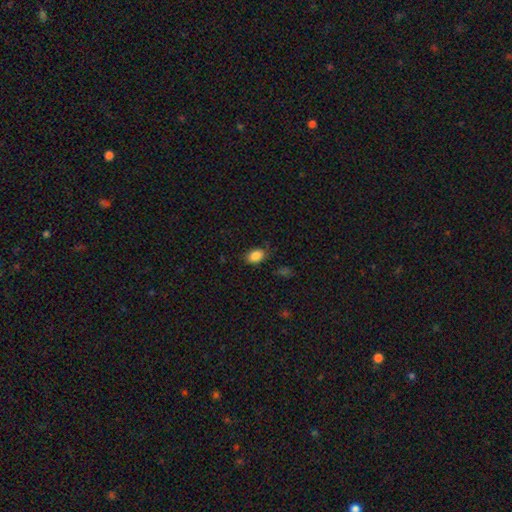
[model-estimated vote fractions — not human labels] This is clearly a smooth galaxy (86%). How rounded: clearly in between (80%). Merging: likely none (77%).